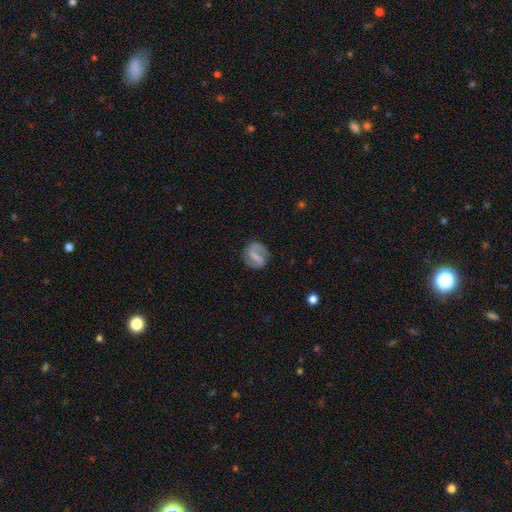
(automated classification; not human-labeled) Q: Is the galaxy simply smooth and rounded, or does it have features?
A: featured or disk — 77%.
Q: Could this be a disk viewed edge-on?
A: no — 98%.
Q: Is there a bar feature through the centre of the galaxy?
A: strong — 48%.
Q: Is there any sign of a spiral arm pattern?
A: yes — 91%.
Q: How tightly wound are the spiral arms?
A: medium — 48%.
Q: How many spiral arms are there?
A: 2 — 88%.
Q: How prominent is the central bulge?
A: none — 39%.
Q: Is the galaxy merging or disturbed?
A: none — 81%.